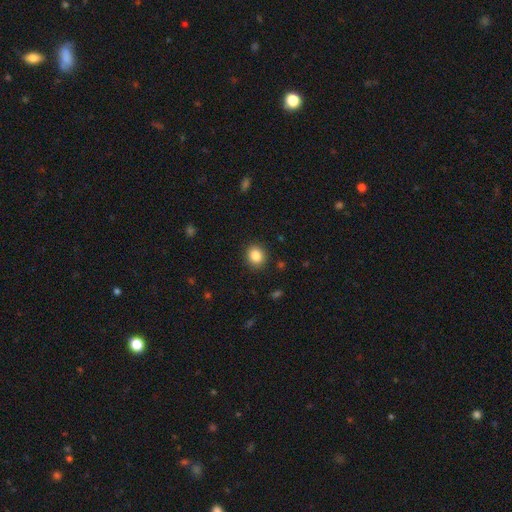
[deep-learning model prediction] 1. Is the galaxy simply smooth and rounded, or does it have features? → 85% smooth, 10% star or artifact, 5% featured or disk.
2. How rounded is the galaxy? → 74% round, 25% in between, 1% cigar-shaped.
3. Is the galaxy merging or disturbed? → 90% none, 7% minor disturbance, 2% major disturbance, 1% merger.